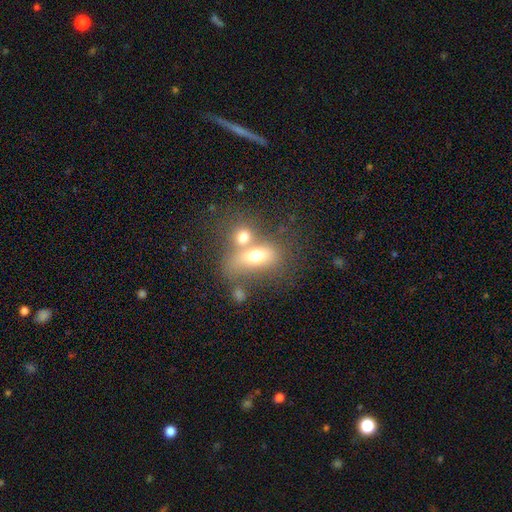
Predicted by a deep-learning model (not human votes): Smooth or featured: smooth — 66% (featured or disk — 24%)
How rounded: in between — 75% (round — 17%)
Merging: merger — 56% (none — 28%)